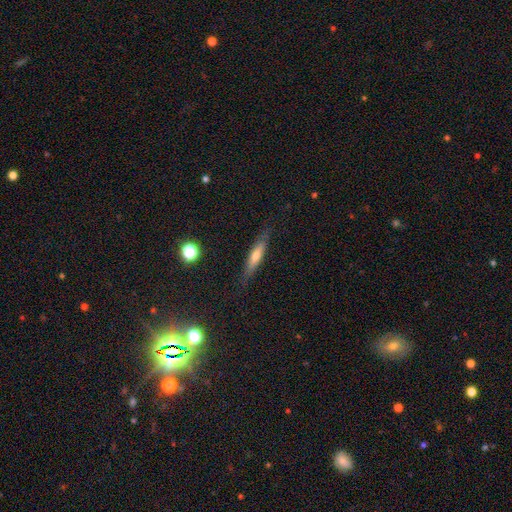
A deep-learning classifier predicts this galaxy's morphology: Smooth or featured?
  - smooth: 51% *
  - featured or disk: 40%
  - star or artifact: 8%
How rounded?
  - cigar-shaped: 86% *
  - in between: 12%
  - round: 2%
Merging?
  - none: 84% *
  - minor disturbance: 12%
  - major disturbance: 3%
  - merger: 1%